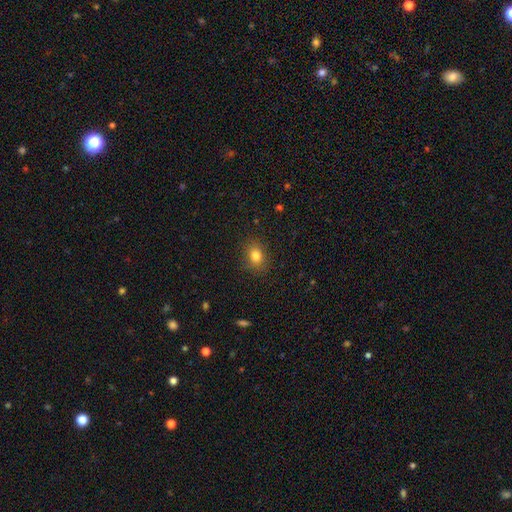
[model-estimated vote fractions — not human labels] smooth-or-featured: smooth: 81% | star or artifact: 12% | featured or disk: 7%
  how-rounded: in between: 53% | round: 46% | cigar-shaped: 1%
  merging: none: 86% | minor disturbance: 10% | major disturbance: 3% | merger: 1%